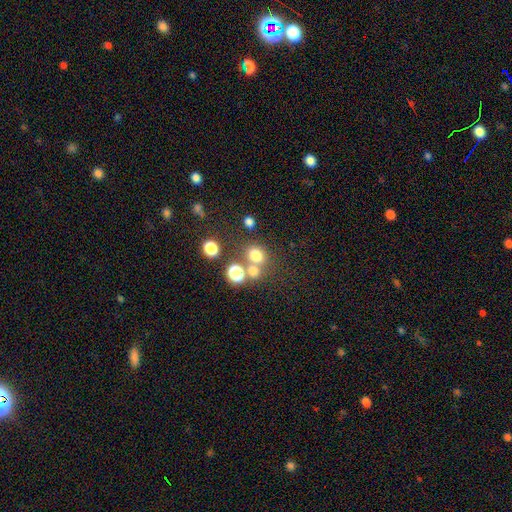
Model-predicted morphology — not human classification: A smooth galaxy with no disk features (70%) that is round (71%). Merging: none (56%).